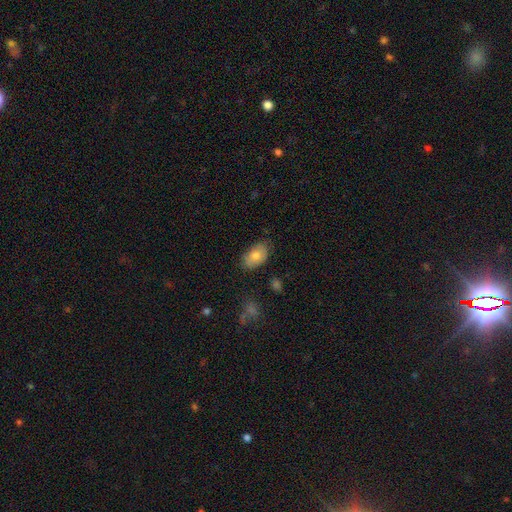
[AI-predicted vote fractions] This is likely a smooth galaxy (75%). How rounded: clearly in between (91%). Merging: likely none (78%).